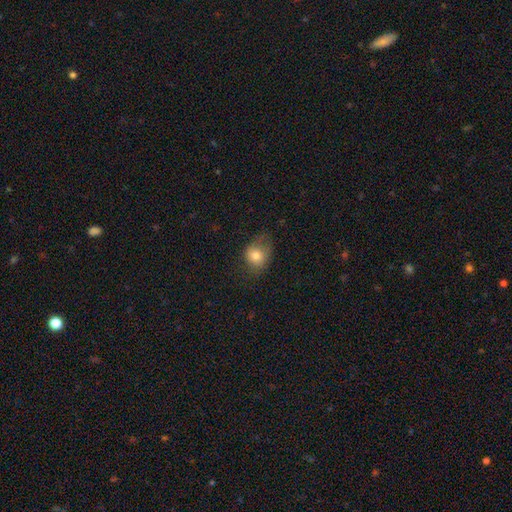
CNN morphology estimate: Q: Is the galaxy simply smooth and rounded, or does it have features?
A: smooth — 78%.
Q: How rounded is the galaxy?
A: round — 51%.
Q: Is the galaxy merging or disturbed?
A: none — 51%.